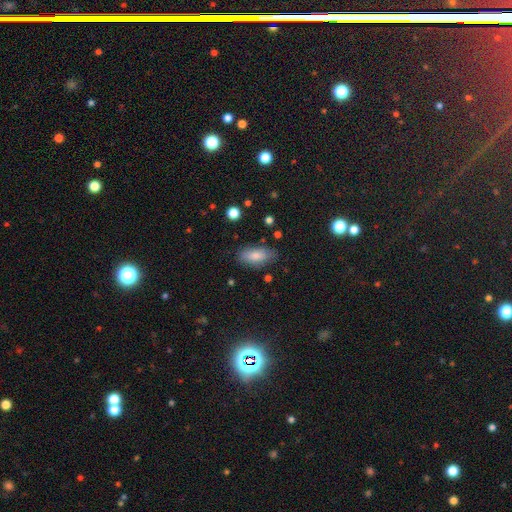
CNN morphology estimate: Overall: smooth (82%). How rounded: in between (84%). Merging: none (80%).